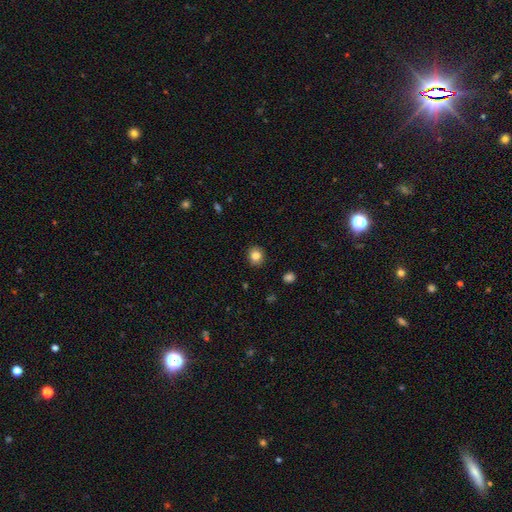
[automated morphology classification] Smooth or featured?
  - smooth: 84% *
  - star or artifact: 10%
  - featured or disk: 5%
How rounded?
  - round: 81% *
  - in between: 18%
  - cigar-shaped: 1%
Merging?
  - none: 89% *
  - minor disturbance: 8%
  - major disturbance: 2%
  - merger: 1%